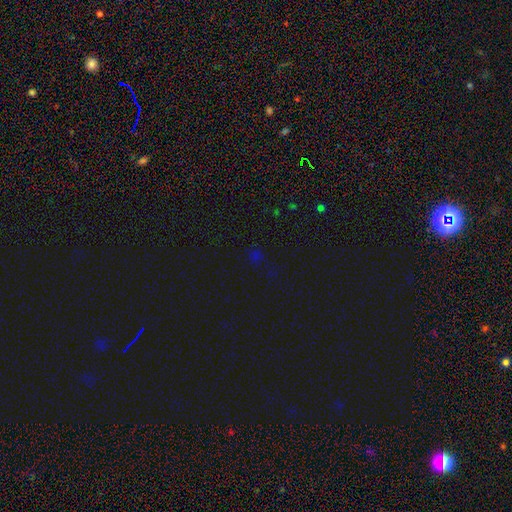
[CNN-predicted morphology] star or artifact 58%, smooth 36%, featured or disk 6%.